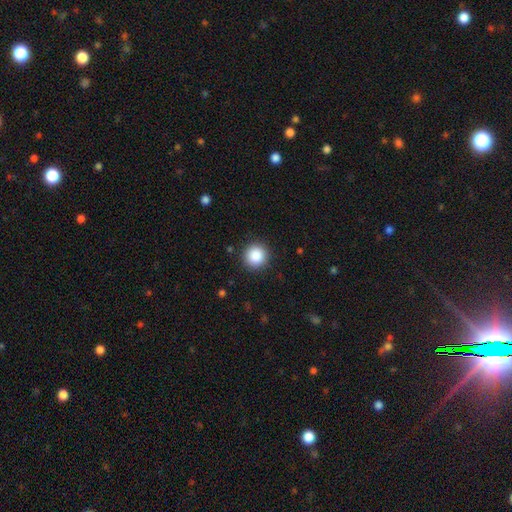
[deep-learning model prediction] Smooth or featured? smooth (87%)
How rounded? round (94%)
Merging? none (91%)